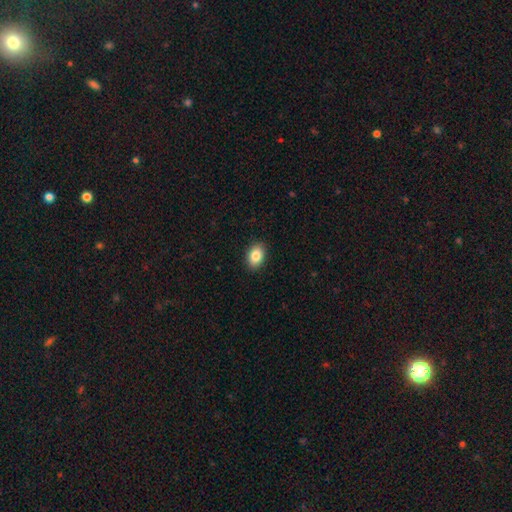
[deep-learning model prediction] A smooth galaxy with no disk features (85%) that is in between round and cigar-shaped (82%). Merging: none (90%).